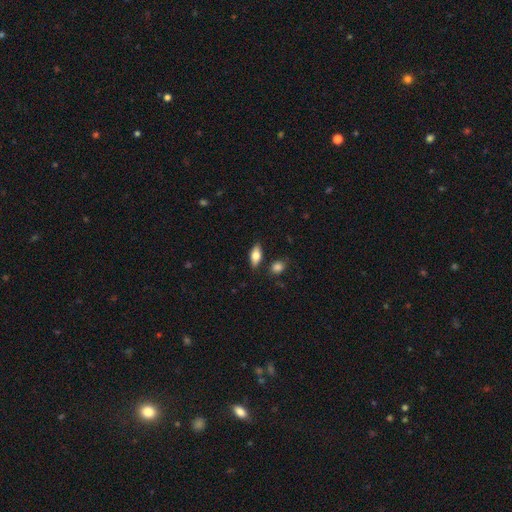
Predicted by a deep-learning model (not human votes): Morphology: type=smooth (68%); roundness=in between (82%); merging=none (82%).